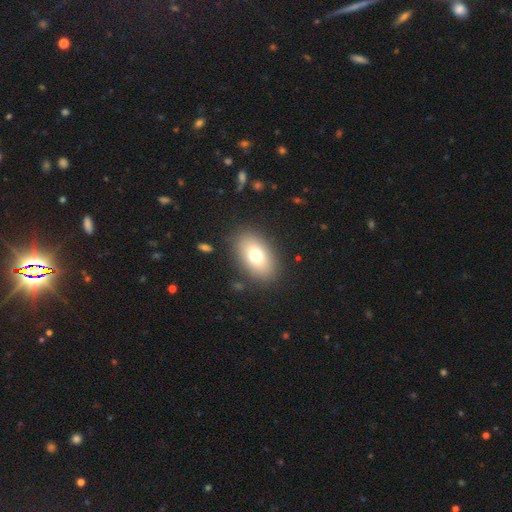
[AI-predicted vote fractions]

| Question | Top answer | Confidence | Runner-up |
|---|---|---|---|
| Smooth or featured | smooth | 74% | featured or disk (17%) |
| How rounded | in between | 88% | round (11%) |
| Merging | none | 86% | minor disturbance (9%) |